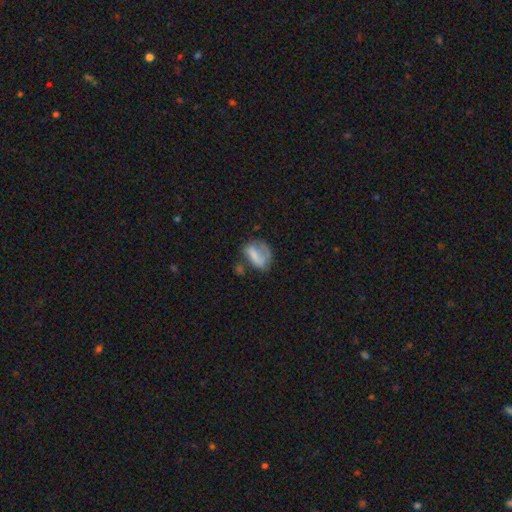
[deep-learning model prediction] Smooth or featured?
  - smooth: 59% *
  - featured or disk: 31%
  - star or artifact: 10%
How rounded?
  - in between: 74% *
  - round: 21%
  - cigar-shaped: 5%
Merging?
  - major disturbance: 33% *
  - none: 31%
  - minor disturbance: 27%
  - merger: 9%